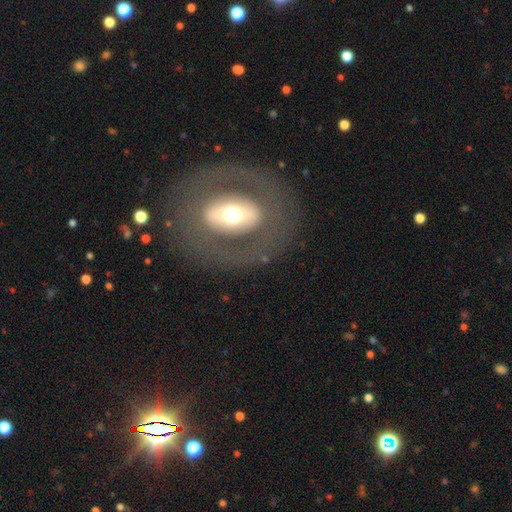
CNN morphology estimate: Q: Smooth or featured?
A: featured or disk (62%); runner-up: smooth (29%)
Q: Edge-on disk?
A: no (91%); runner-up: yes (9%)
Q: Bar?
A: no (51%); runner-up: strong (27%)
Q: Spiral arms?
A: no (77%); runner-up: yes (23%)
Q: Bulge size?
A: moderate (55%); runner-up: large (20%)
Q: Merging?
A: none (81%); runner-up: minor disturbance (9%)